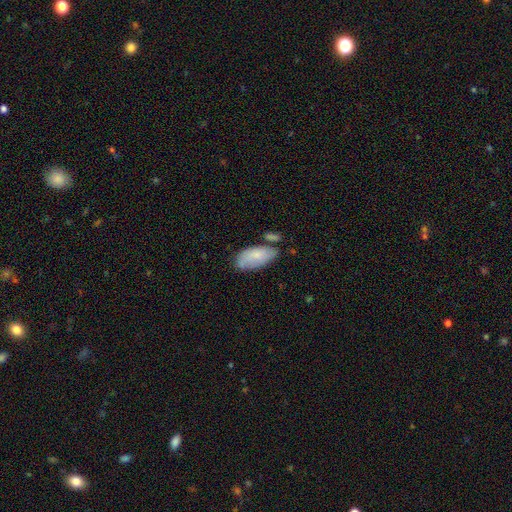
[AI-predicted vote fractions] This appears to be a smooth galaxy with no disk features (74%) that is in between round and cigar-shaped (91%). Merging: none (54%).